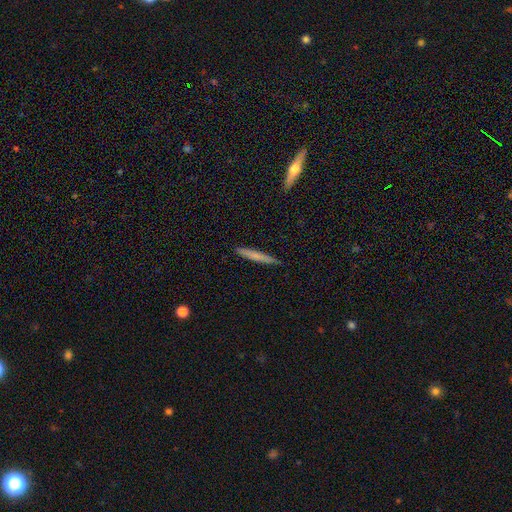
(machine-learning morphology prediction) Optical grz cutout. It shows a smooth galaxy with no disk features (68%) that is cigar-shaped (96%). Merging: none (89%).